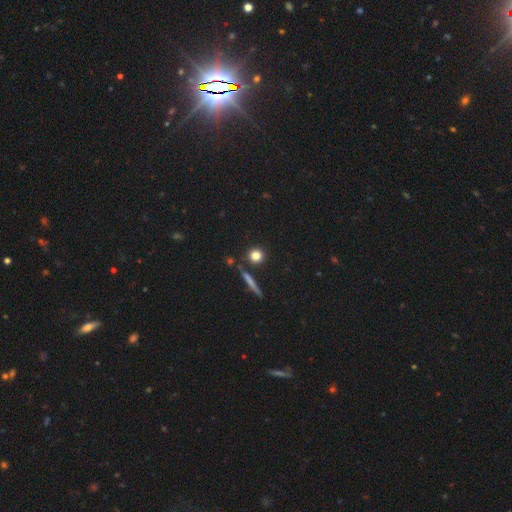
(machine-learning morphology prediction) type=smooth (80%); roundness=round (88%); merging=none (83%).